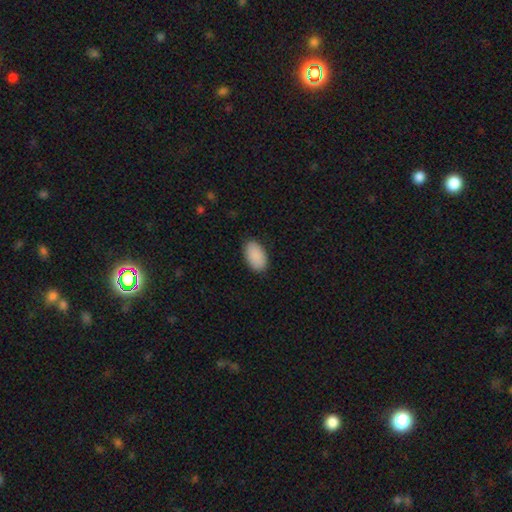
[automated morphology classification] The model was most divided on "merging": none: 87%, minor disturbance: 10%, major disturbance: 2%, merger: 1%. More confident: how rounded — in between (95%); smooth or featured — smooth (90%).